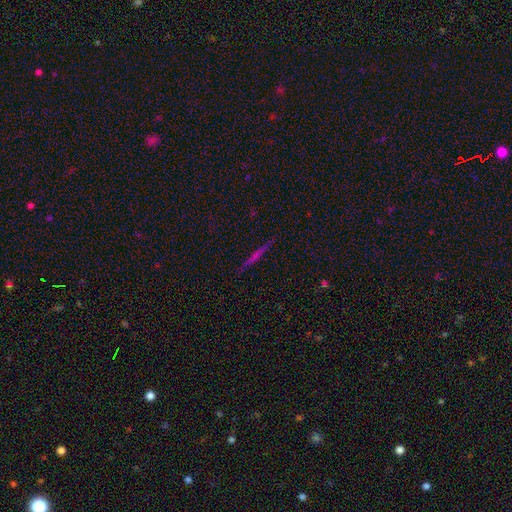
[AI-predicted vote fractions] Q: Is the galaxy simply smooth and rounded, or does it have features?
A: featured or disk — 55%.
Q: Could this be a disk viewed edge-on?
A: yes — 97%.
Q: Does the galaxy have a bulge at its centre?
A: none — 70%.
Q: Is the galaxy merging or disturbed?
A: none — 91%.